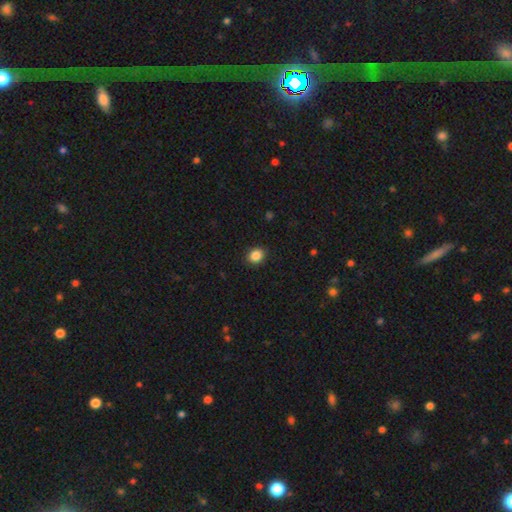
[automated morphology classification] Smooth or featured? smooth (87%)
How rounded? round (68%)
Merging? none (91%)